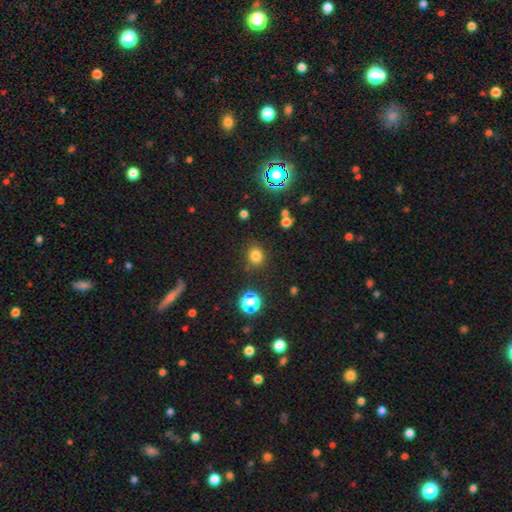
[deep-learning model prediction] Smooth or featured: smooth — 79% (star or artifact — 16%)
How rounded: round — 66% (in between — 33%)
Merging: none — 82% (minor disturbance — 11%)